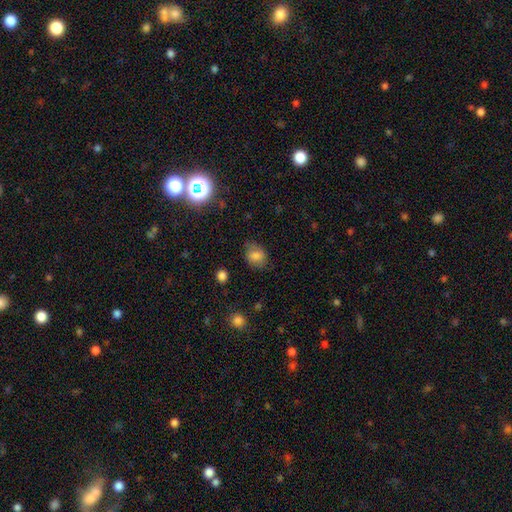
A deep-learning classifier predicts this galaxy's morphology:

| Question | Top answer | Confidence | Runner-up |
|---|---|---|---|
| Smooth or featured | smooth | 78% | star or artifact (12%) |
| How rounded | in between | 58% | round (41%) |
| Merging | none | 71% | minor disturbance (22%) |